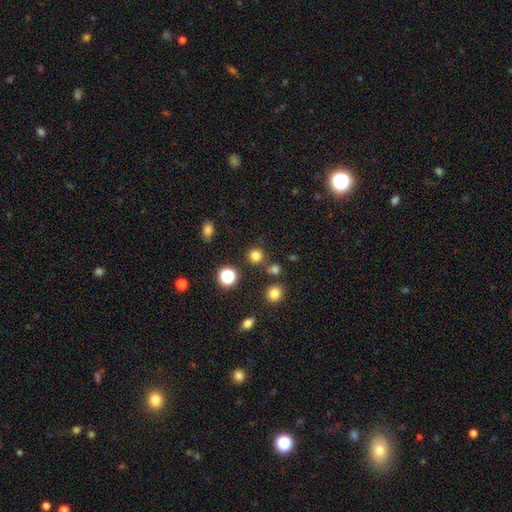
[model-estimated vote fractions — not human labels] Overall: smooth (77%). How rounded: round (90%). Merging: none (80%).